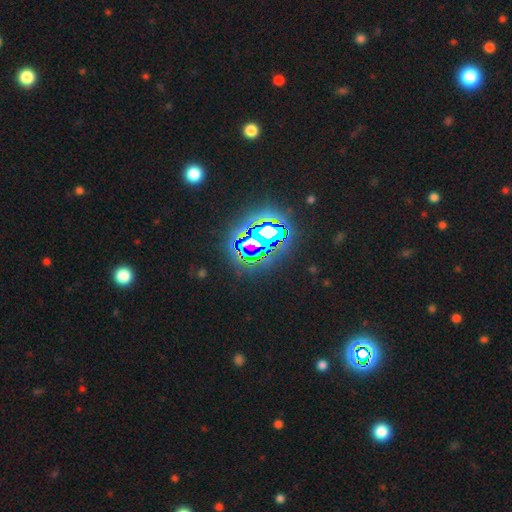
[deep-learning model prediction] A star or artifact, not a galaxy (79%).

Vote fractions:
- Smooth or featured? star or artifact: 79% / smooth: 11% / featured or disk: 10%